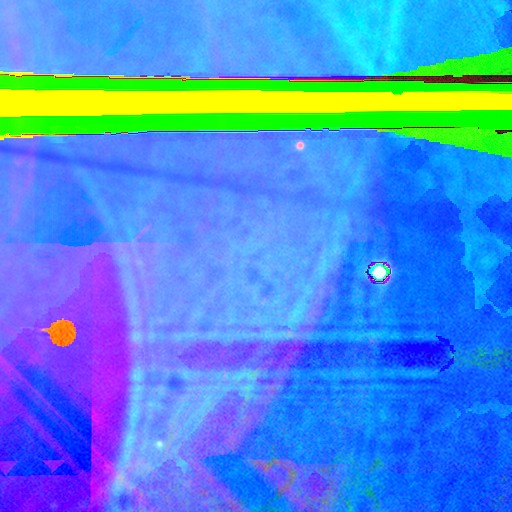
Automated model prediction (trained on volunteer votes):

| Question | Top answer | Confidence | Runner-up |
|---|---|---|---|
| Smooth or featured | star or artifact | 86% | featured or disk (8%) |